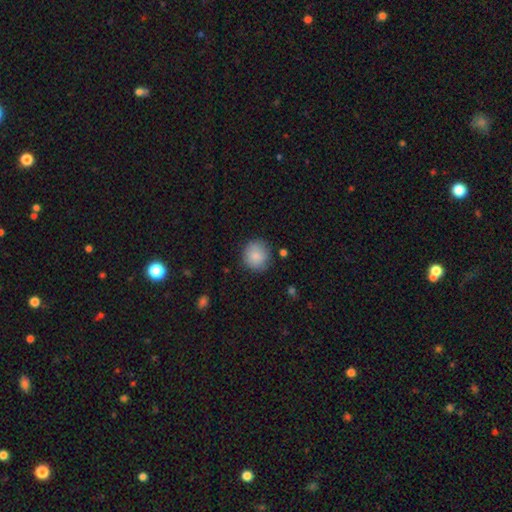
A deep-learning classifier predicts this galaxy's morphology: Smooth or featured: smooth — 86% (star or artifact — 7%)
How rounded: round — 89% (in between — 10%)
Merging: none — 81% (minor disturbance — 14%)